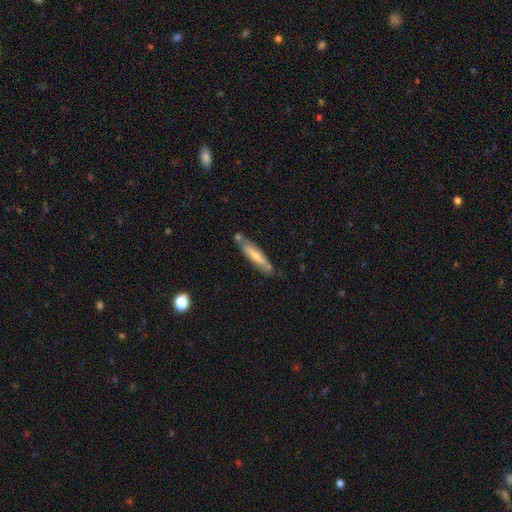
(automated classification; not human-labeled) This appears to be a smooth galaxy with no disk features (51%) that is cigar-shaped (80%). Merging: none (67%).